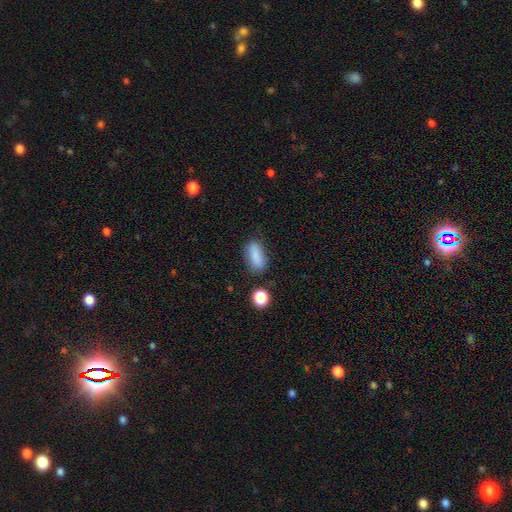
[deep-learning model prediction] A smooth galaxy with no disk features (84%) that is in between round and cigar-shaped (76%). Merging: none (74%).